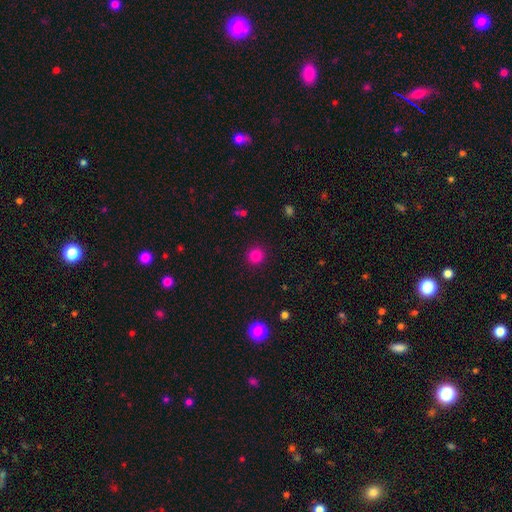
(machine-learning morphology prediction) Smooth or featured? smooth (82%)
How rounded? round (93%)
Merging? none (92%)